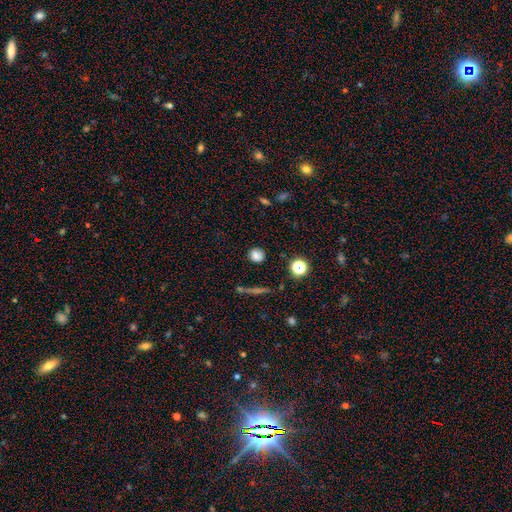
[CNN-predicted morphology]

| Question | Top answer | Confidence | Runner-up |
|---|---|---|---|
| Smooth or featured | smooth | 78% | star or artifact (15%) |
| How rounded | round | 83% | in between (15%) |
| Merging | none | 84% | minor disturbance (10%) |